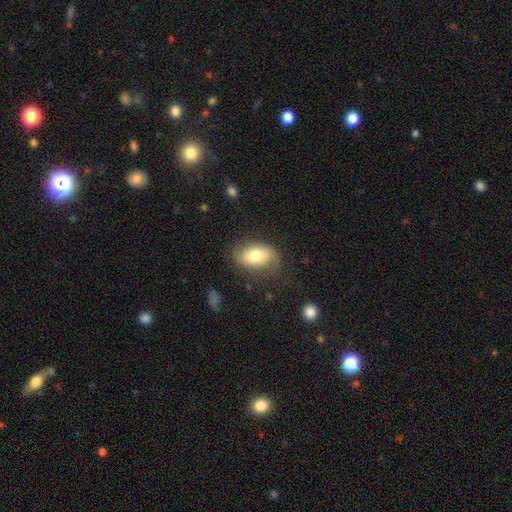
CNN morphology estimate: A smooth galaxy with no disk features (59%) that is in between round and cigar-shaped (87%).

Vote fractions:
- Smooth or featured? smooth: 59% / featured or disk: 34% / star or artifact: 8%
- How rounded? in between: 87% / round: 11% / cigar-shaped: 2%
- Merging? none: 68% / minor disturbance: 20% / major disturbance: 10% / merger: 2%